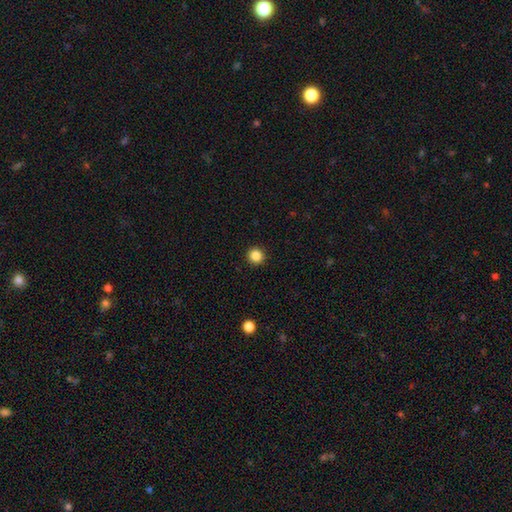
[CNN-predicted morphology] This is clearly a smooth galaxy (87%). How rounded: clearly round (94%). Merging: clearly none (93%).